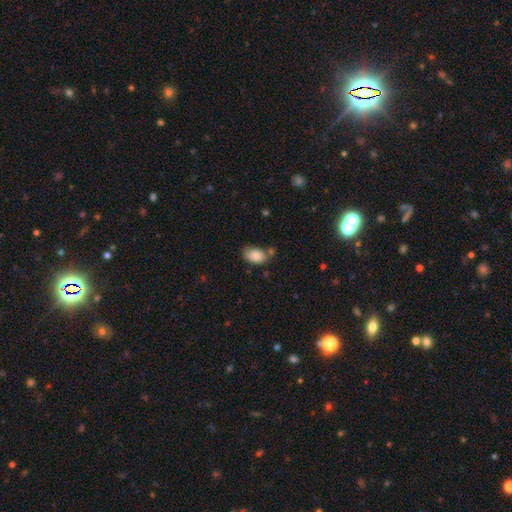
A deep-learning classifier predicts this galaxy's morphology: The model was most divided on "merging": none: 57%, minor disturbance: 27%, merger: 10%, major disturbance: 6%. More confident: how rounded — in between (90%); smooth or featured — smooth (86%).